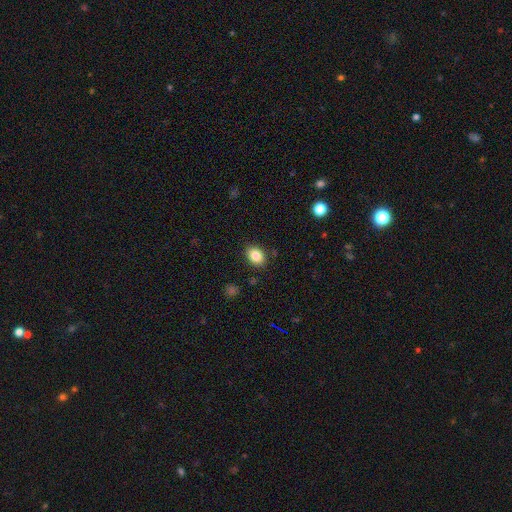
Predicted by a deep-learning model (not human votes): Smooth or featured: smooth — 86% (star or artifact — 9%)
How rounded: in between — 66% (round — 33%)
Merging: none — 86% (minor disturbance — 10%)